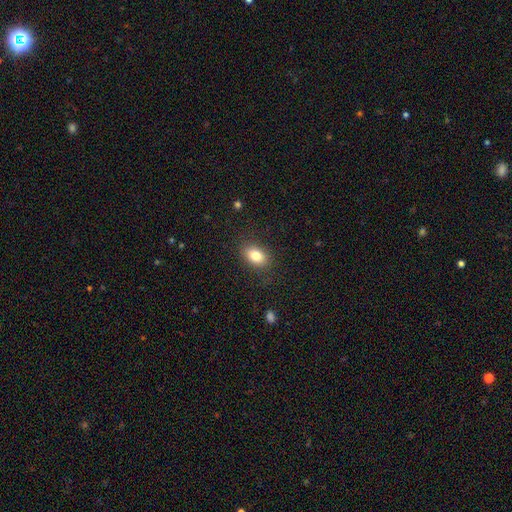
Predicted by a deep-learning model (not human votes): Q: Smooth or featured?
A: smooth (81%); runner-up: featured or disk (10%)
Q: How rounded?
A: in between (84%); runner-up: round (14%)
Q: Merging?
A: none (85%); runner-up: minor disturbance (10%)